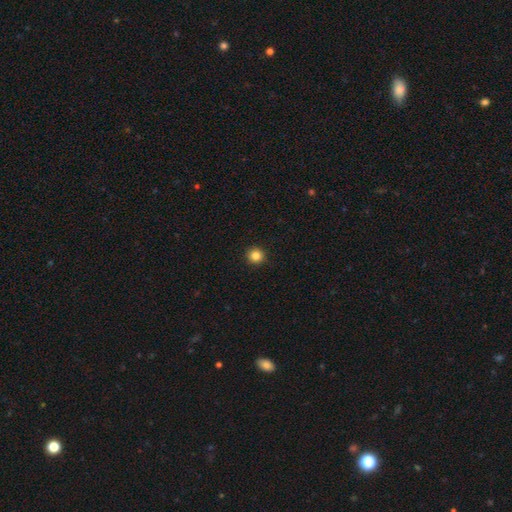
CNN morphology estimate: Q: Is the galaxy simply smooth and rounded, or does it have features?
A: smooth — 84%.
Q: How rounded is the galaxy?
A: round — 95%.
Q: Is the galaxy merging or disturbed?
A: none — 93%.